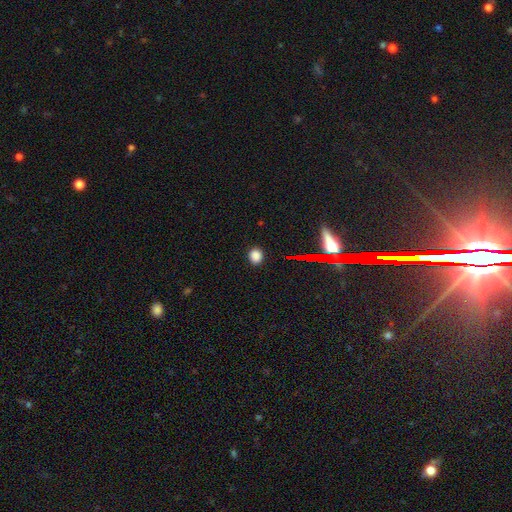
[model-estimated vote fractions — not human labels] Morphology: type=smooth (80%); roundness=round (75%); merging=none (90%).